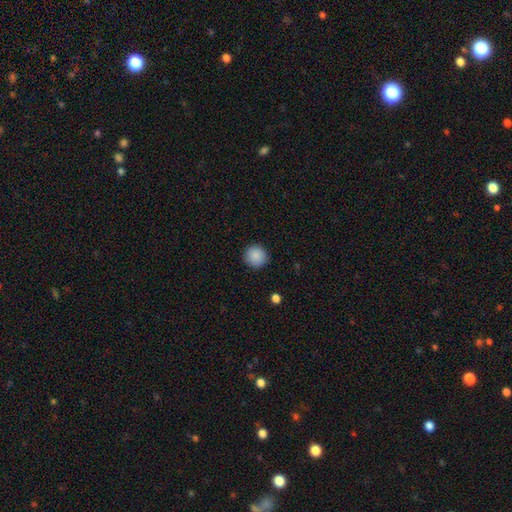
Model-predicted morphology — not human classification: A smooth galaxy with no disk features (87%) that is round (94%).

Vote fractions:
- Smooth or featured? smooth: 87% / star or artifact: 9% / featured or disk: 4%
- How rounded? round: 94% / in between: 5% / cigar-shaped: 1%
- Merging? none: 91% / minor disturbance: 6% / major disturbance: 2% / merger: 1%